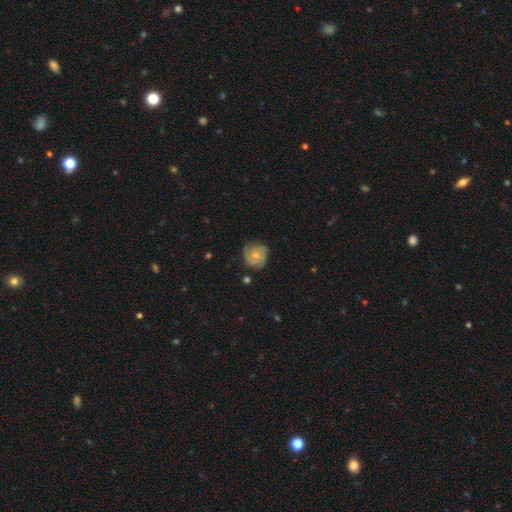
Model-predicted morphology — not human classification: The model was most divided on "spiral winding": tight: 54%, medium: 36%, loose: 10%. Remaining: edge-on disk — no (98%); spiral arms — yes (92%); bar — no (71%); merging — none (70%); smooth or featured — featured or disk (66%); bulge size — small (61%); spiral arm count — 3 (42%).